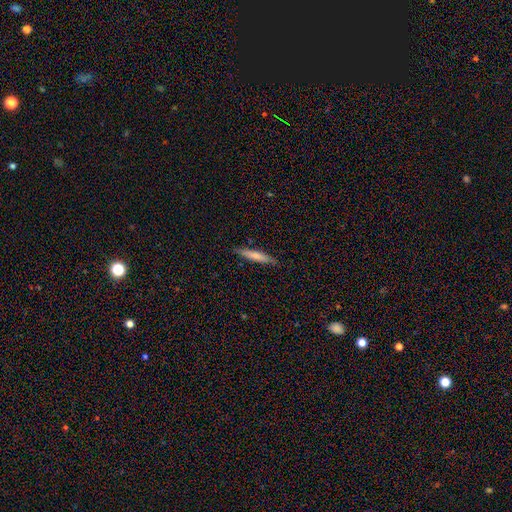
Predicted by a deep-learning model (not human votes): A smooth galaxy with no disk features (69%) that is cigar-shaped (91%). Merging: none (87%).